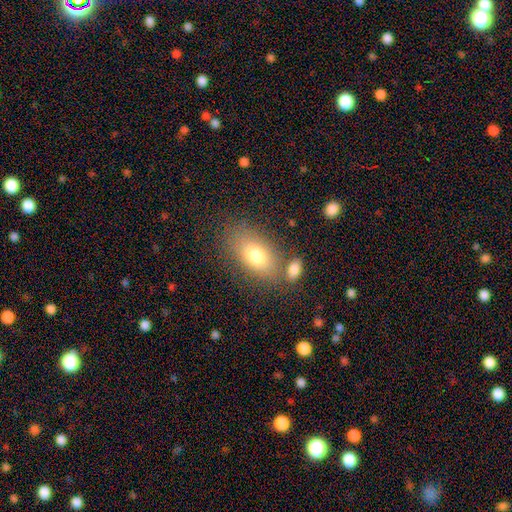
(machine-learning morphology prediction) Overall: smooth (77%). How rounded: in between (89%). Merging: none (70%).